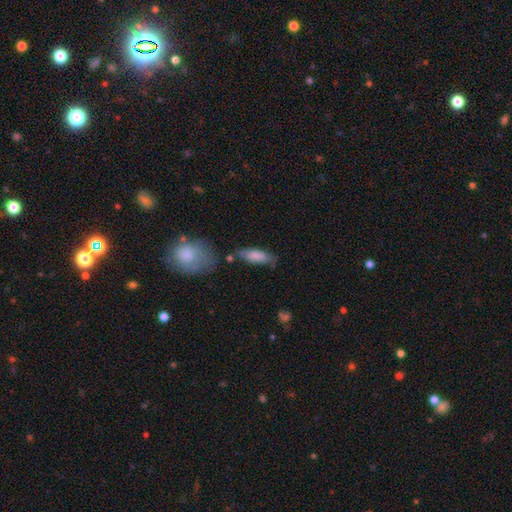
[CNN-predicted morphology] smooth-or-featured: smooth: 78% | featured or disk: 16% | star or artifact: 7%
  how-rounded: in between: 62% | cigar-shaped: 36% | round: 3%
  merging: none: 65% | minor disturbance: 21% | merger: 7% | major disturbance: 7%